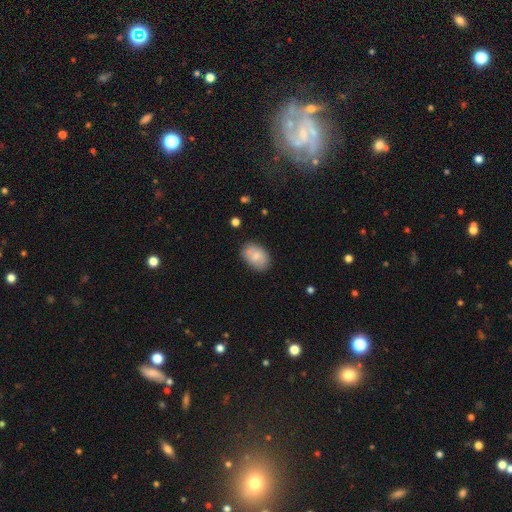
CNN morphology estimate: This appears to be a smooth galaxy with no disk features (77%) that is in between round and cigar-shaped (86%). Merging: none (73%).